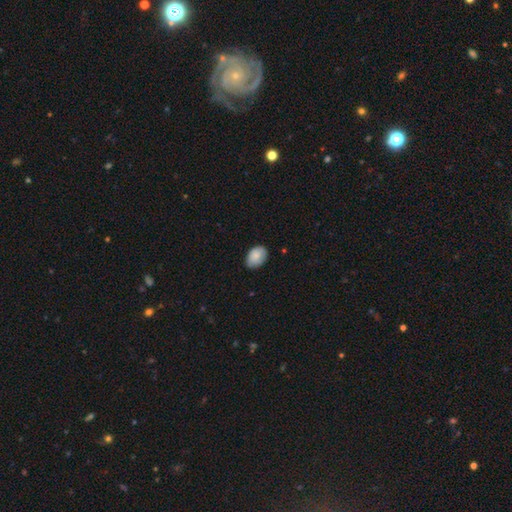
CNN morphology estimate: This is clearly a smooth galaxy (83%). How rounded: clearly in between (83%). Merging: likely none (74%).